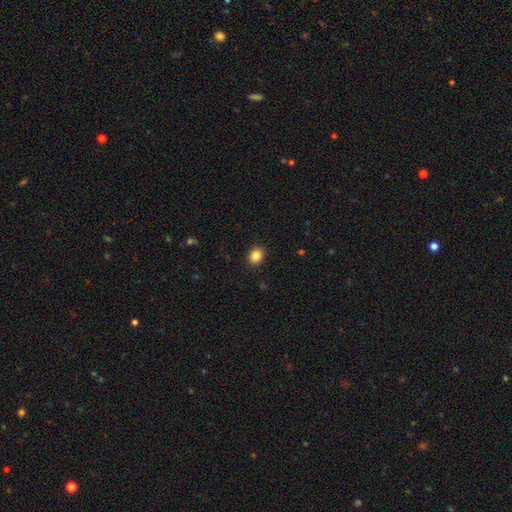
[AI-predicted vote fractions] smooth 87%, star or artifact 10%, featured or disk 4%. Down the decision tree: how rounded — round (61%); merging — none (91%).